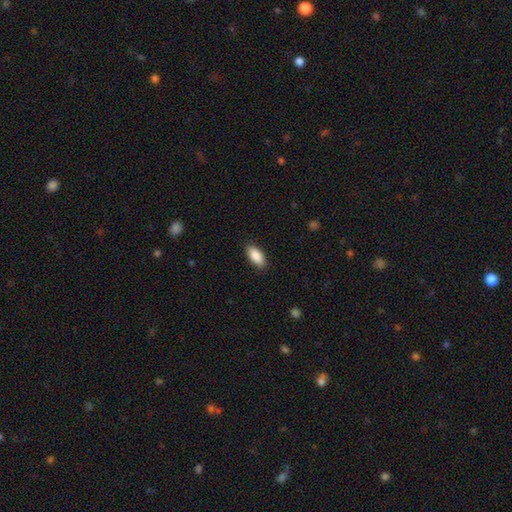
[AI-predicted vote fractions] Q: Smooth or featured?
A: smooth (89%); runner-up: star or artifact (6%)
Q: How rounded?
A: in between (88%); runner-up: cigar-shaped (10%)
Q: Merging?
A: none (88%); runner-up: minor disturbance (9%)